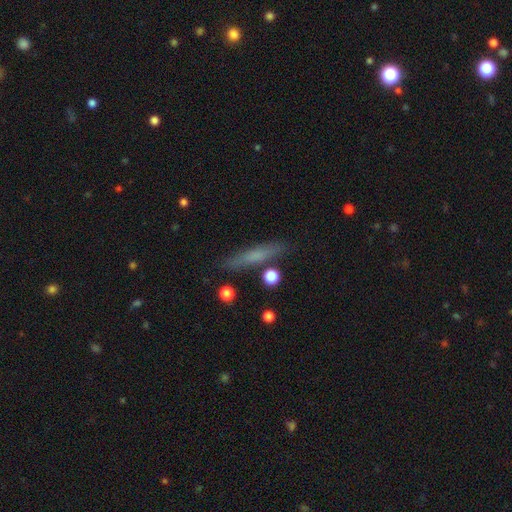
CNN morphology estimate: Q: Smooth or featured?
A: smooth (59%); runner-up: featured or disk (31%)
Q: How rounded?
A: cigar-shaped (89%); runner-up: in between (8%)
Q: Merging?
A: none (84%); runner-up: minor disturbance (10%)